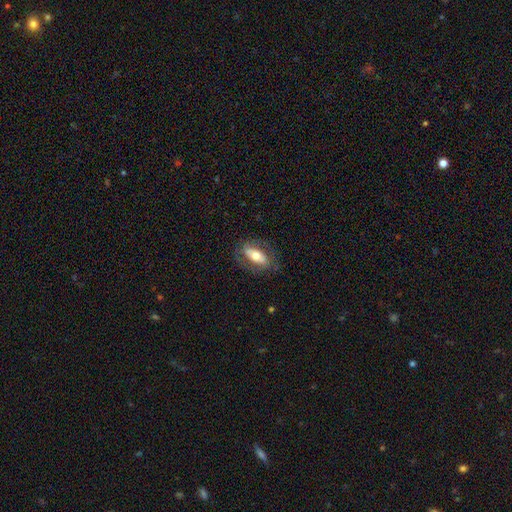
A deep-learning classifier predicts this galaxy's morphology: Smooth or featured? smooth (48%)
Merging? none (75%)